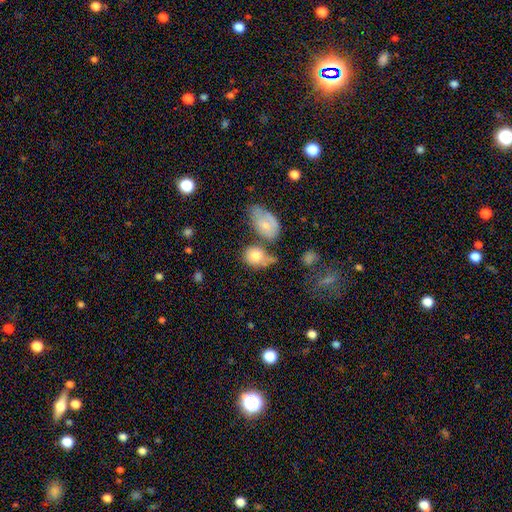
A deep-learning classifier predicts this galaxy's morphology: The model was most divided on "merging": none: 37%, merger: 30%, minor disturbance: 21%, major disturbance: 12%. More confident: smooth or featured — smooth (77%); how rounded — in between (53%).